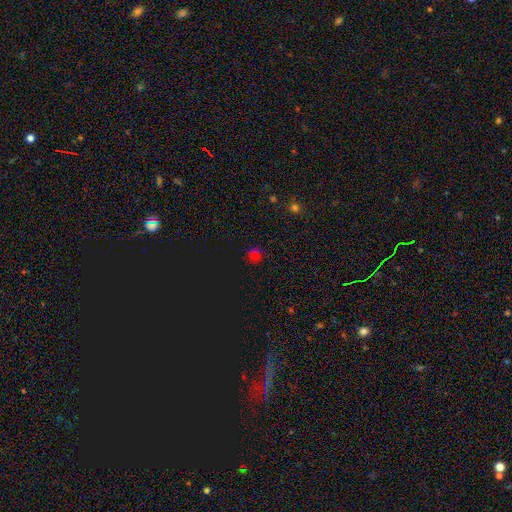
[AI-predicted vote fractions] A star or artifact, not a galaxy (48%).